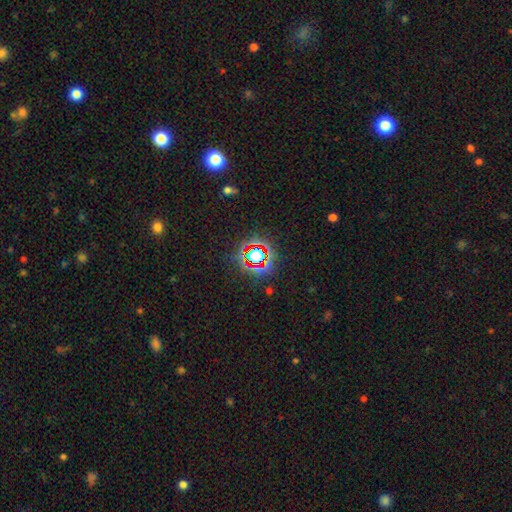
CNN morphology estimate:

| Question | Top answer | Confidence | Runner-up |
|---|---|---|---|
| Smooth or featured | star or artifact | 74% | smooth (16%) |